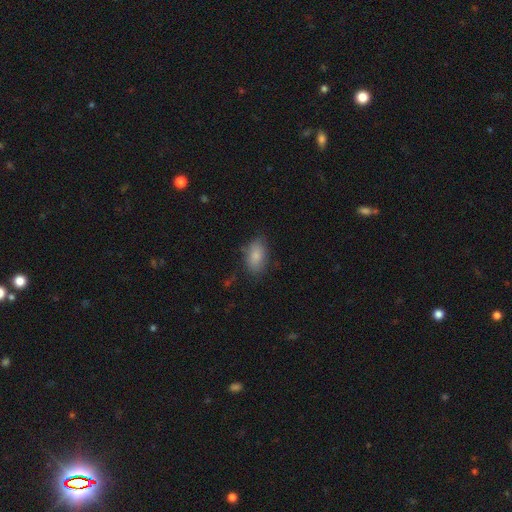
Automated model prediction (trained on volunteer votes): This appears to be a smooth galaxy with no disk features (83%) that is in between round and cigar-shaped (90%). Merging: none (70%).